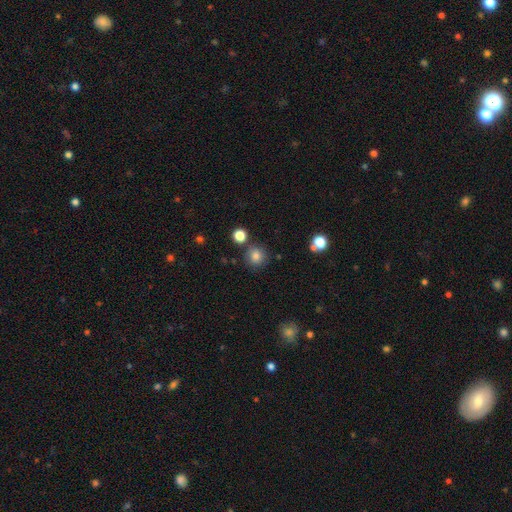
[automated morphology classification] Smooth or featured: smooth — 81% (star or artifact — 13%)
How rounded: round — 91% (in between — 8%)
Merging: none — 80% (minor disturbance — 10%)